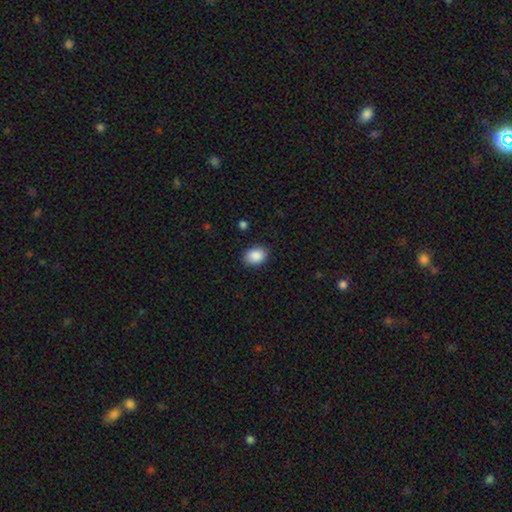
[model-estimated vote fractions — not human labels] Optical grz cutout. It shows a smooth galaxy with no disk features (89%) that is in between round and cigar-shaped (69%). Merging: none (87%).